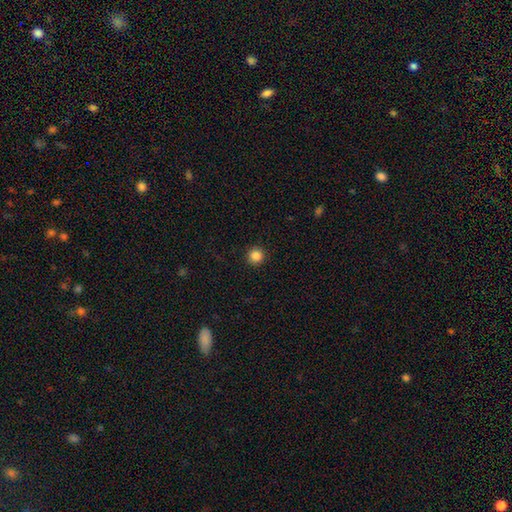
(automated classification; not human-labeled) Smooth or featured?
  - smooth: 86% *
  - star or artifact: 11%
  - featured or disk: 3%
How rounded?
  - round: 95% *
  - in between: 4%
  - cigar-shaped: 1%
Merging?
  - none: 93% *
  - minor disturbance: 4%
  - major disturbance: 2%
  - merger: 1%